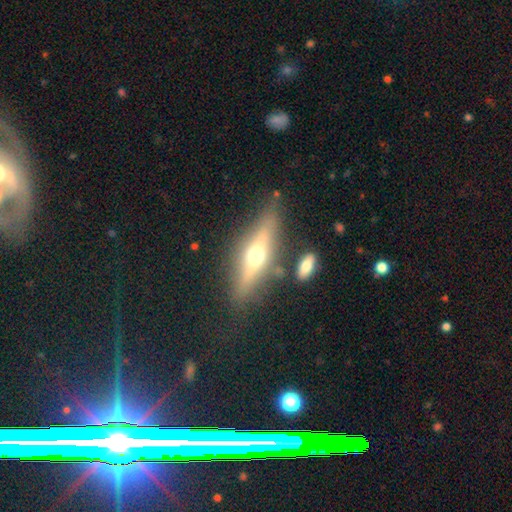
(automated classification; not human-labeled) This is likely a featured or disk galaxy (61%). It is clearly viewed edge-on (90%). Edge-on bulge: clearly rounded (94%). Merging: likely none (78%).